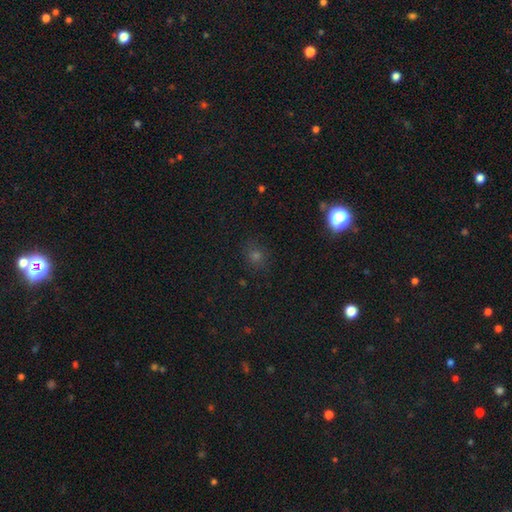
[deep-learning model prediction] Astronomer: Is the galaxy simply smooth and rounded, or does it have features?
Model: smooth — 60%.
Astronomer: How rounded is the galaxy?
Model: round — 81%.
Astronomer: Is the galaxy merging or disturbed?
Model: none — 85%.